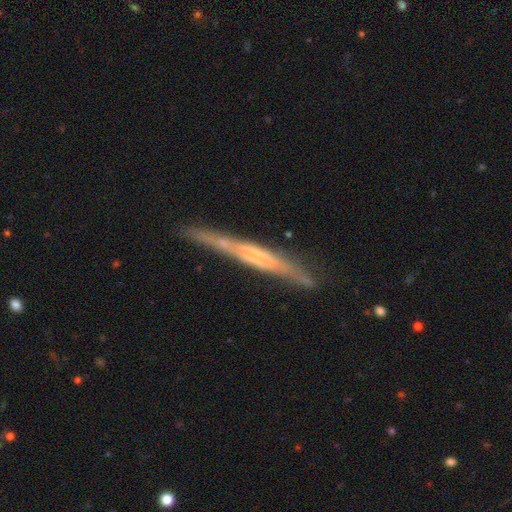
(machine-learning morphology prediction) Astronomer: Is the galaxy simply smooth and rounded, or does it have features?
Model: featured or disk — 74%.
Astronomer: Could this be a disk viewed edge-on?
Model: yes — 94%.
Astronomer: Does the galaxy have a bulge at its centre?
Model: none — 49% (runner-up: boxy, 28%).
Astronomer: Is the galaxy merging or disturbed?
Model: none — 80%.